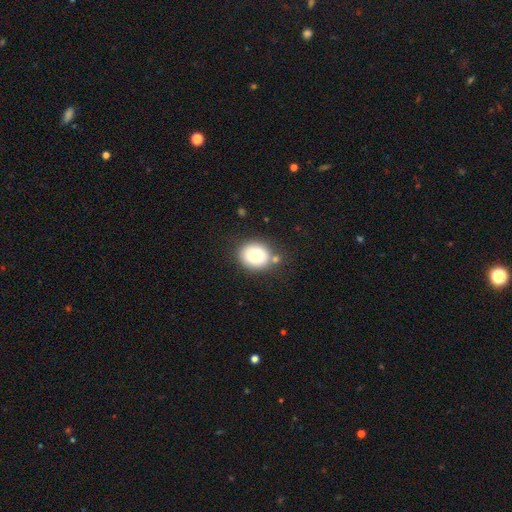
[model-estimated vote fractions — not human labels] The model was most divided on "how rounded": round: 65%, in between: 35%, cigar-shaped: 1%. More confident: smooth or featured — smooth (79%); merging — none (76%).